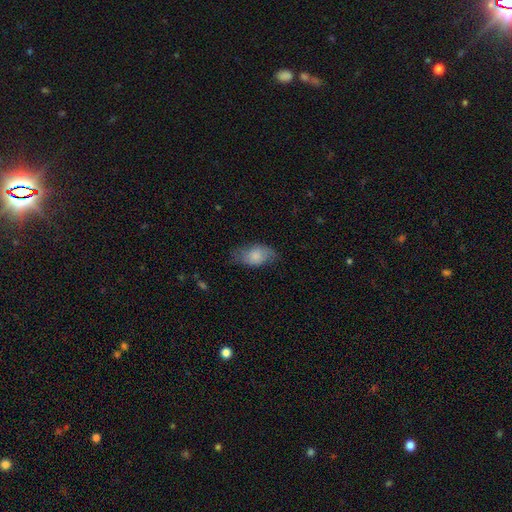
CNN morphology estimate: The model was most divided on "merging": none: 59%, minor disturbance: 29%, major disturbance: 10%, merger: 1%. More confident: how rounded — in between (91%); smooth or featured — smooth (74%).